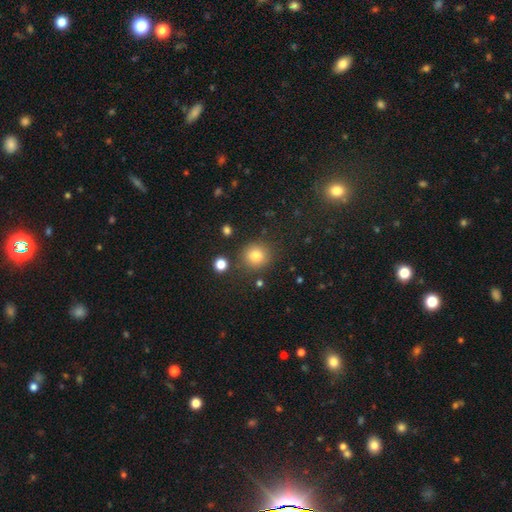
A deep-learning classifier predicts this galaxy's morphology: Q: Smooth or featured?
A: smooth (80%); runner-up: star or artifact (13%)
Q: How rounded?
A: round (89%); runner-up: in between (10%)
Q: Merging?
A: none (84%); runner-up: minor disturbance (9%)